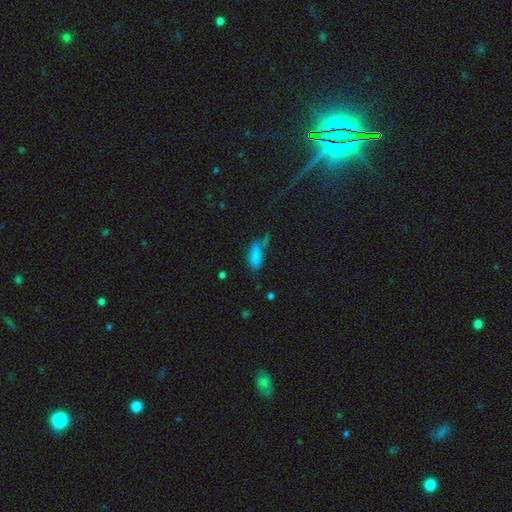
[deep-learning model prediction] Morphology: type=smooth (78%); roundness=in between (74%); merging=none (44%).